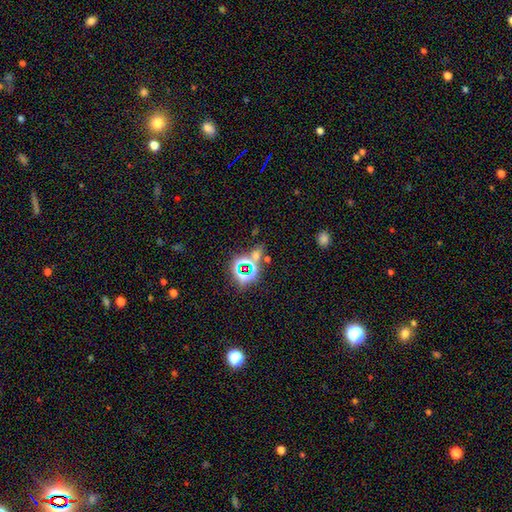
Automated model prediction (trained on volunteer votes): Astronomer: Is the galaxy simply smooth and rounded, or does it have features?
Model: star or artifact — 58%.